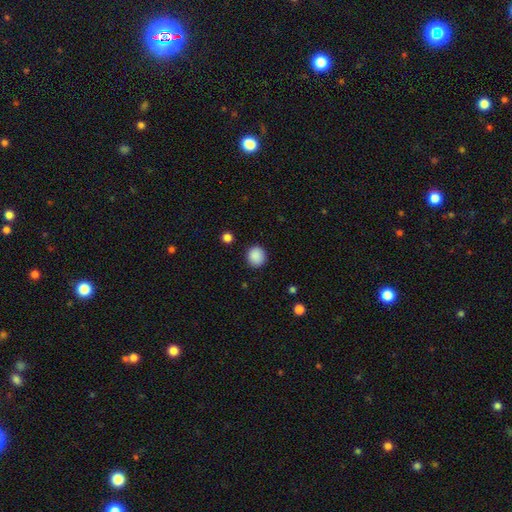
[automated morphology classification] This is clearly a smooth galaxy (89%). How rounded: clearly round (88%). Merging: clearly none (90%).